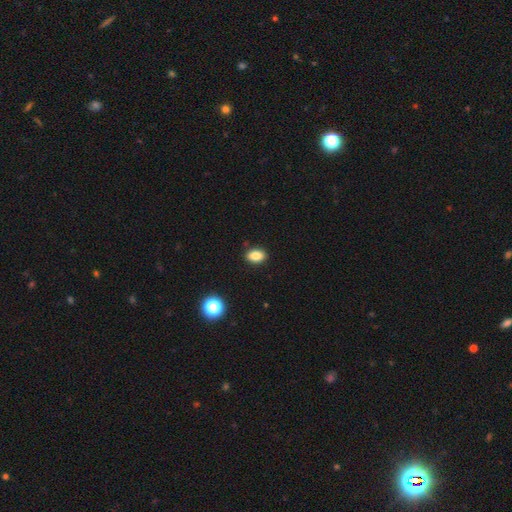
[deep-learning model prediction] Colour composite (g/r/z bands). It shows a smooth galaxy with no disk features (84%) that is in between round and cigar-shaped (83%). Merging: none (89%).